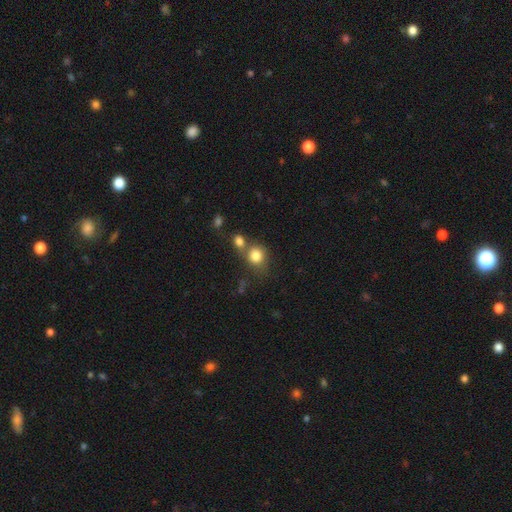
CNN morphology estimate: Smooth or featured? smooth (82%)
How rounded? round (77%)
Merging? none (50%)